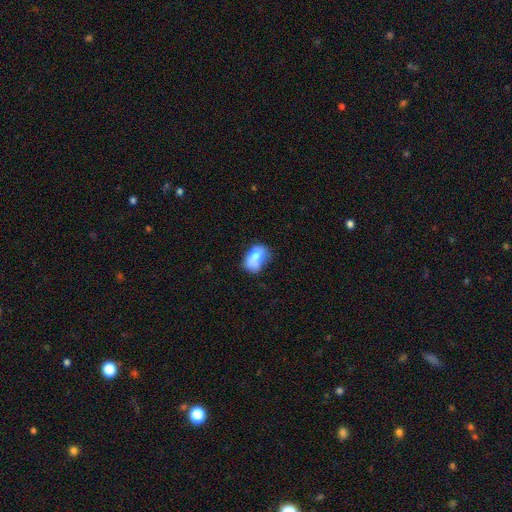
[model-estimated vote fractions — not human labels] Morphology: type=smooth (74%); roundness=in between (83%); merging=minor disturbance (36%).